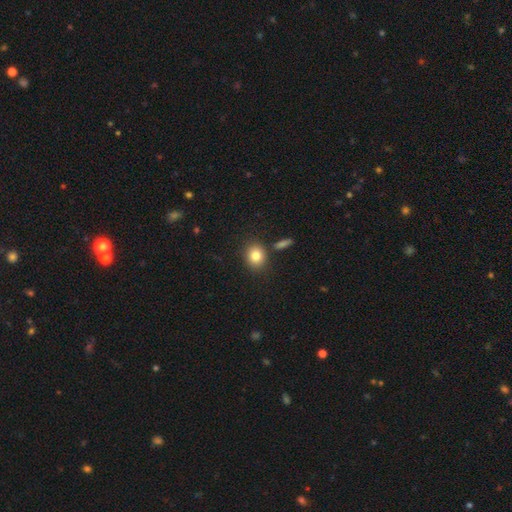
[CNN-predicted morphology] Overall: smooth (82%). How rounded: round (72%). Merging: none (83%).